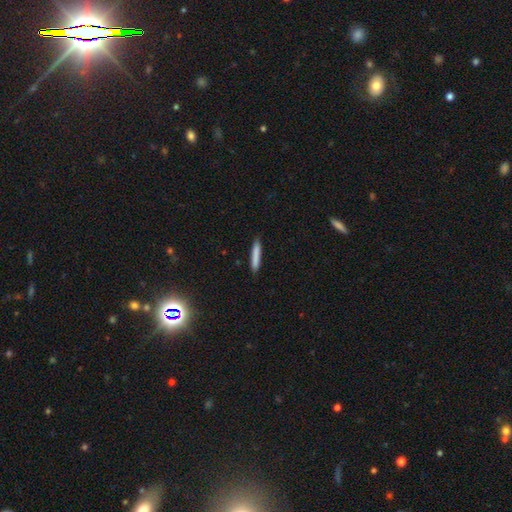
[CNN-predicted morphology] A smooth galaxy with no disk features (83%) that is cigar-shaped (93%).

Vote fractions:
- Smooth or featured? smooth: 83% / featured or disk: 11% / star or artifact: 6%
- How rounded? cigar-shaped: 93% / in between: 5% / round: 1%
- Merging? none: 89% / minor disturbance: 8% / major disturbance: 2% / merger: 1%